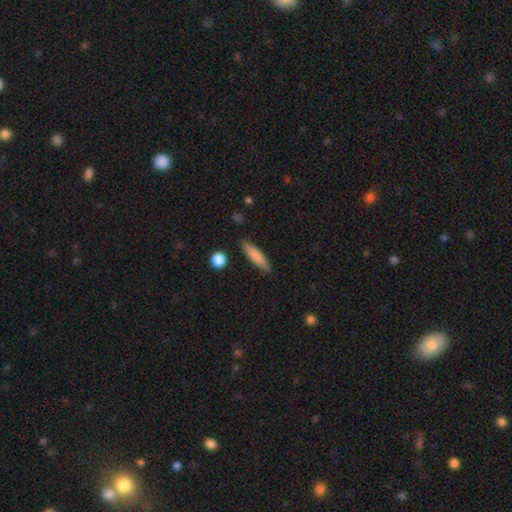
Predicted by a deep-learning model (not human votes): Smooth or featured? smooth (78%)
How rounded? cigar-shaped (77%)
Merging? none (85%)